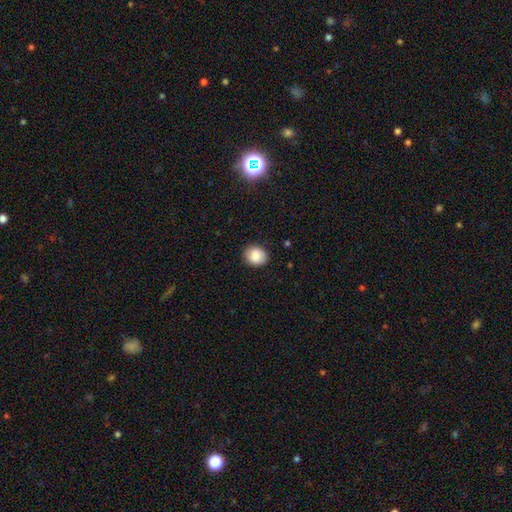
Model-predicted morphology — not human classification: The model was most divided on "how rounded": round: 64%, in between: 35%, cigar-shaped: 1%. More confident: merging — none (88%); smooth or featured — smooth (84%).